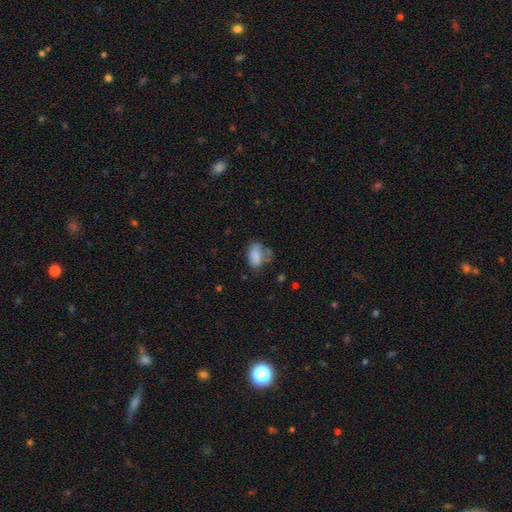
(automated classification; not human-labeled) Q: Smooth or featured?
A: smooth (76%); runner-up: featured or disk (14%)
Q: How rounded?
A: in between (87%); runner-up: round (11%)
Q: Merging?
A: none (39%); runner-up: minor disturbance (32%)